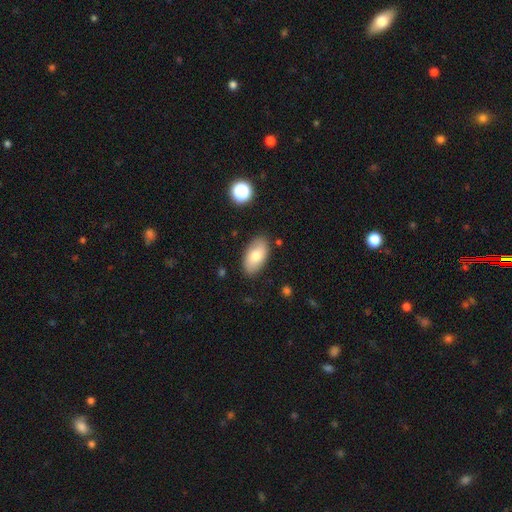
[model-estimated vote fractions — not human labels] Smooth or featured? smooth (76%)
How rounded? in between (94%)
Merging? none (84%)